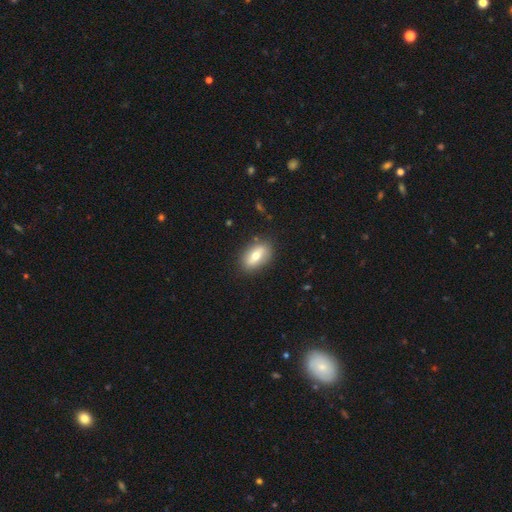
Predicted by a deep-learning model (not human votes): smooth_or_featured: smooth (p=0.64) [alt: featured or disk p=0.29]
how_rounded: in between (p=0.88) [alt: round p=0.07]
merging: none (p=0.85) [alt: minor disturbance p=0.11]